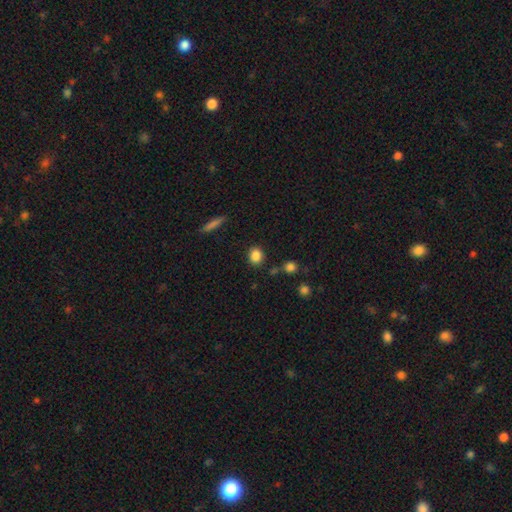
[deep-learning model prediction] The model was most divided on "how rounded": round: 71%, in between: 27%, cigar-shaped: 2%. More confident: merging — none (86%); smooth or featured — smooth (85%).